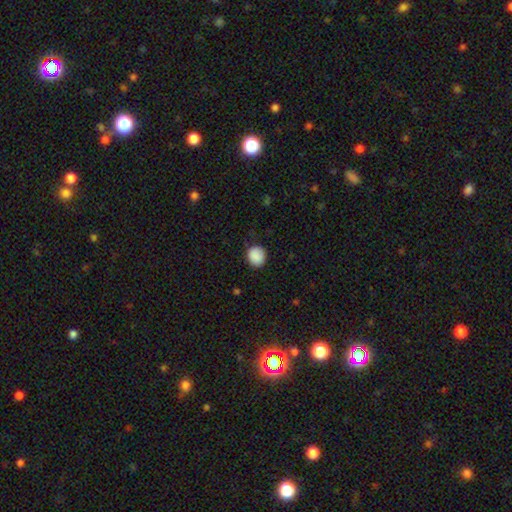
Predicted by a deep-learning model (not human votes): Smooth or featured? Predicted: smooth (p=0.89). How rounded? Predicted: round (p=0.81). Merging? Predicted: none (p=0.84).